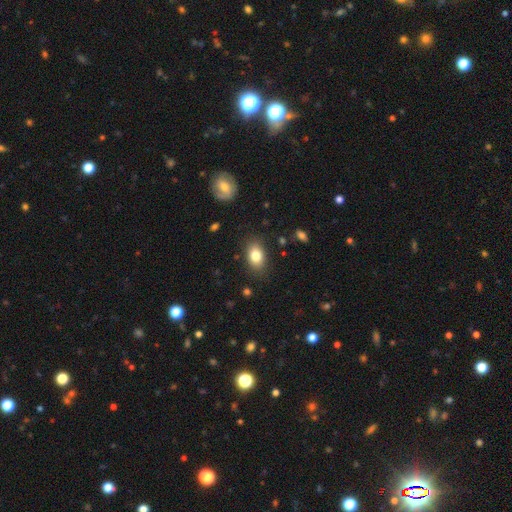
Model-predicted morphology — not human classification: Overall: smooth (82%). How rounded: in between (86%). Merging: none (84%).